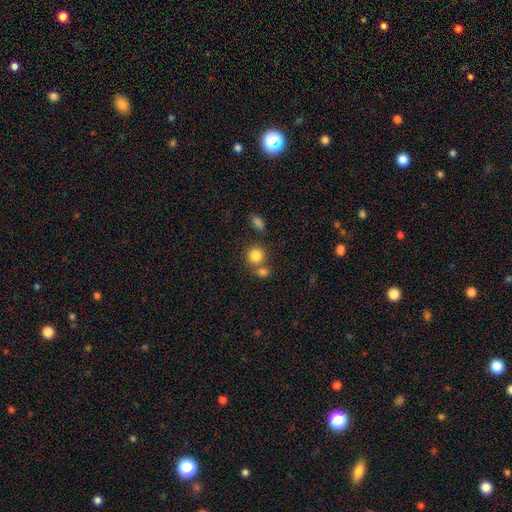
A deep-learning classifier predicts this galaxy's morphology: Smooth or featured?
  - smooth: 84% *
  - star or artifact: 10%
  - featured or disk: 6%
How rounded?
  - round: 81% *
  - in between: 17%
  - cigar-shaped: 1%
Merging?
  - none: 56% *
  - merger: 32%
  - minor disturbance: 9%
  - major disturbance: 4%